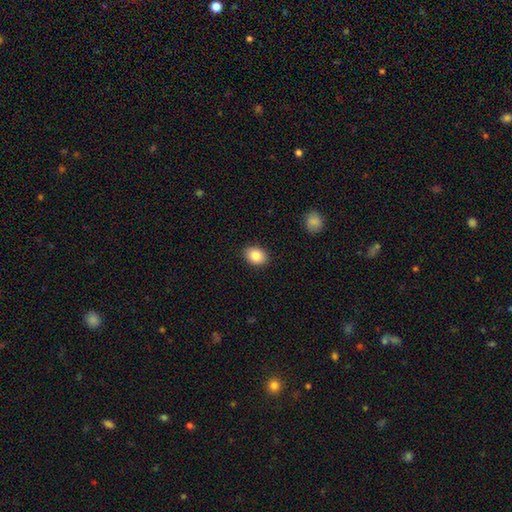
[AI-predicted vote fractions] Overall: smooth (85%). How rounded: in between (66%; round 33%). Merging: none (89%).